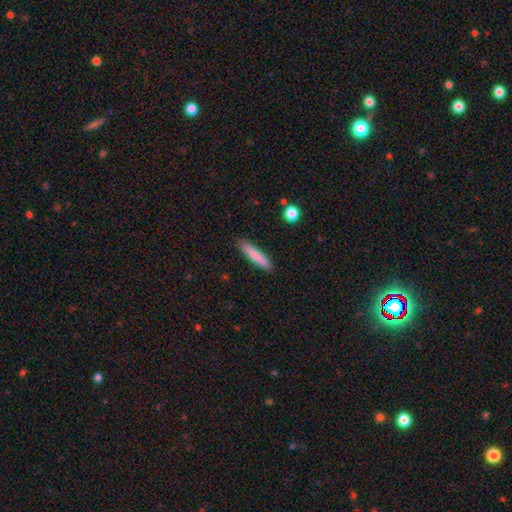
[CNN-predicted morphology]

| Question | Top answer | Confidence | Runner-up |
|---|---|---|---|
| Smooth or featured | smooth | 82% | featured or disk (12%) |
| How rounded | cigar-shaped | 88% | in between (11%) |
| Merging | none | 89% | minor disturbance (8%) |